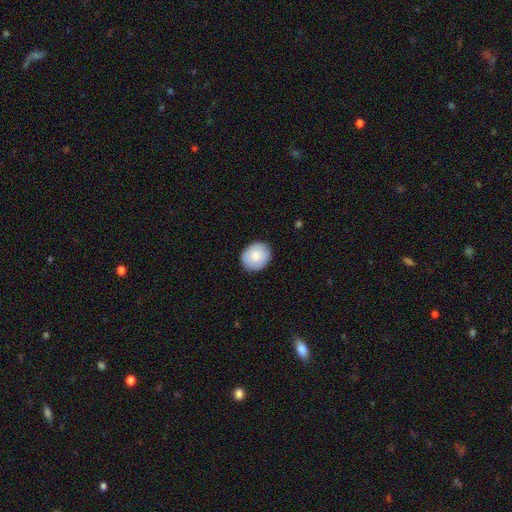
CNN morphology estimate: The model was most divided on "how rounded": round: 61%, in between: 38%, cigar-shaped: 1%. More confident: merging — none (88%); smooth or featured — smooth (82%).